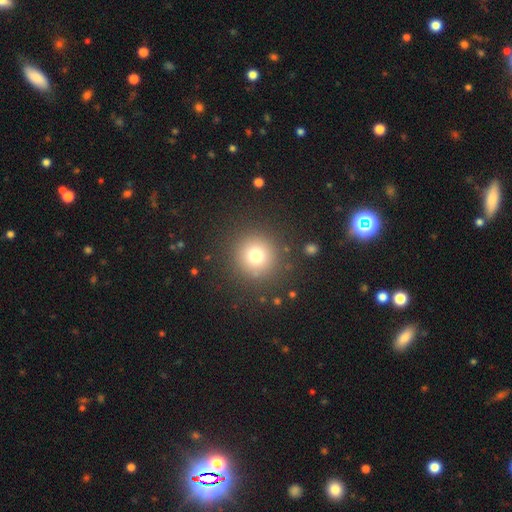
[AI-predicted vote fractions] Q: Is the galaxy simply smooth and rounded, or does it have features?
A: smooth — 74%.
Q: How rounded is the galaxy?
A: round — 95%.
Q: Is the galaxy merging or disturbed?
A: none — 88%.